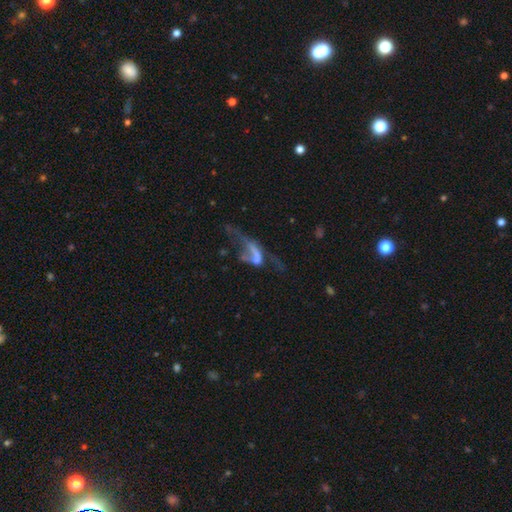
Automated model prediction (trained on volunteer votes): smooth_or_featured: featured or disk (p=0.57) [alt: smooth p=0.27]
disk_edge_on: no (p=0.88) [alt: yes p=0.12]
bar: no (p=0.69) [alt: weak p=0.18]
has_spiral_arms: no (p=0.67) [alt: yes p=0.33]
bulge_size: none (p=0.61) [alt: small p=0.18]
merging: major disturbance (p=0.45) [alt: merger p=0.26]